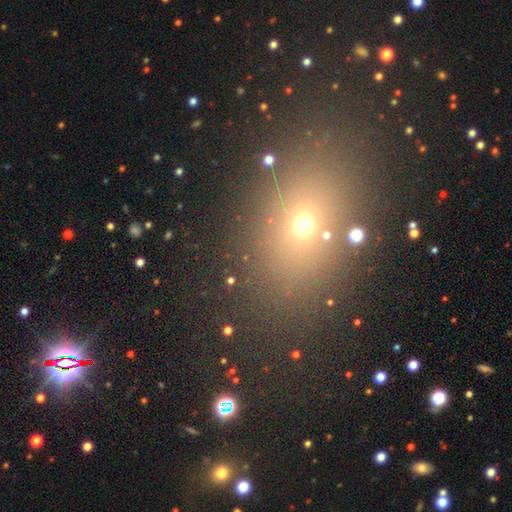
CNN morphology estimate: A smooth galaxy with no disk features (55%) that is in between round and cigar-shaped (59%).

Vote fractions:
- Smooth or featured? smooth: 55% / star or artifact: 34% / featured or disk: 12%
- How rounded? in between: 59% / round: 39% / cigar-shaped: 2%
- Merging? none: 82% / minor disturbance: 9% / major disturbance: 5% / merger: 4%